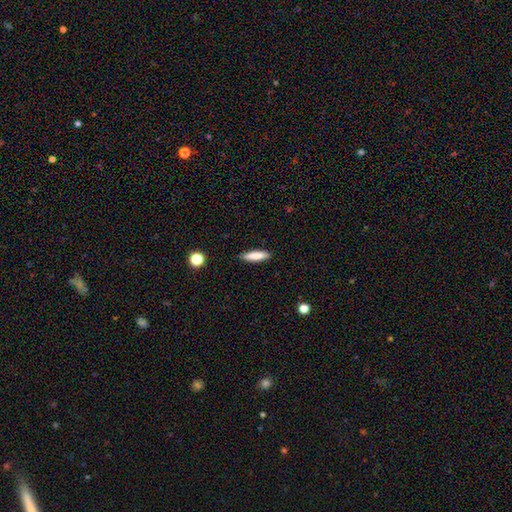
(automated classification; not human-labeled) smooth-or-featured: smooth: 82% | featured or disk: 11% | star or artifact: 7%
  how-rounded: cigar-shaped: 73% | in between: 25% | round: 2%
  merging: none: 88% | minor disturbance: 9% | major disturbance: 2% | merger: 1%